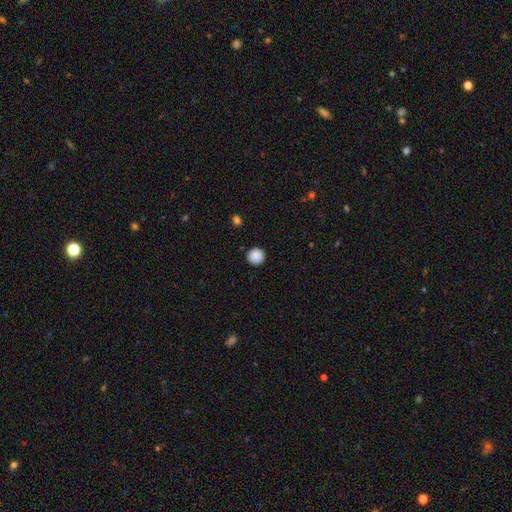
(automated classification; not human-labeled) This appears to be a smooth galaxy with no disk features (89%) that is round (95%). Merging: none (92%).